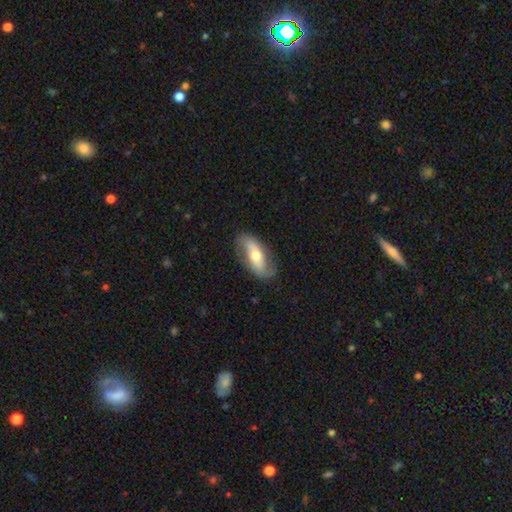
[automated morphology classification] Smooth or featured?
  - featured or disk: 60% *
  - smooth: 34%
  - star or artifact: 6%
Edge-on disk?
  - no: 83% *
  - yes: 17%
Merging?
  - none: 77% *
  - minor disturbance: 16%
  - major disturbance: 5%
  - merger: 1%